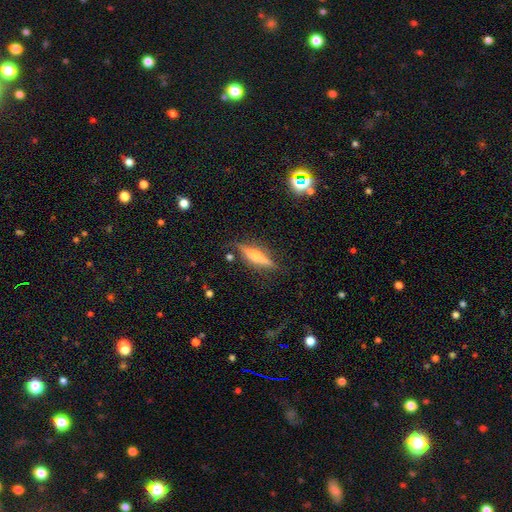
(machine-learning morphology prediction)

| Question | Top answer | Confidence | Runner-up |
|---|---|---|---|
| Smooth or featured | featured or disk | 67% | smooth (25%) |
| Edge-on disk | yes | 96% | no (4%) |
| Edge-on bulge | rounded | 87% | boxy (7%) |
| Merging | none | 83% | minor disturbance (12%) |